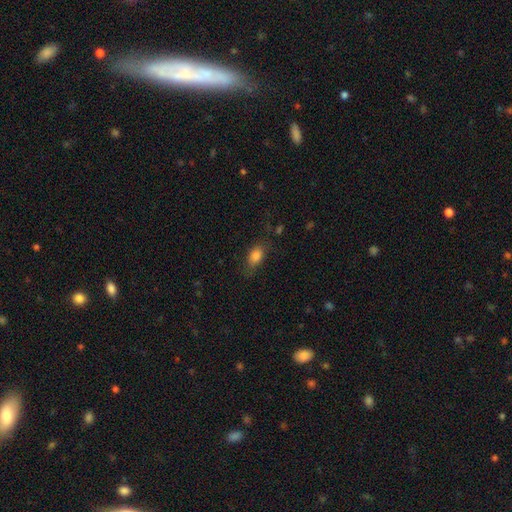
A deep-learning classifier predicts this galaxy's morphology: Smooth or featured? Predicted: smooth (p=0.82). How rounded? Predicted: in between (p=0.83). Merging? Predicted: none (p=0.71).